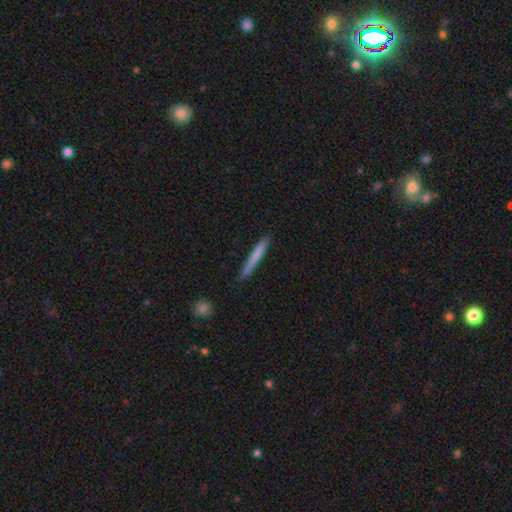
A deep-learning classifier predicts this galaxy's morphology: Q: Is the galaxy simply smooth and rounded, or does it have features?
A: smooth — 69%.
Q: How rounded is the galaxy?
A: cigar-shaped — 96%.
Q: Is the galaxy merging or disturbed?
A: none — 85%.